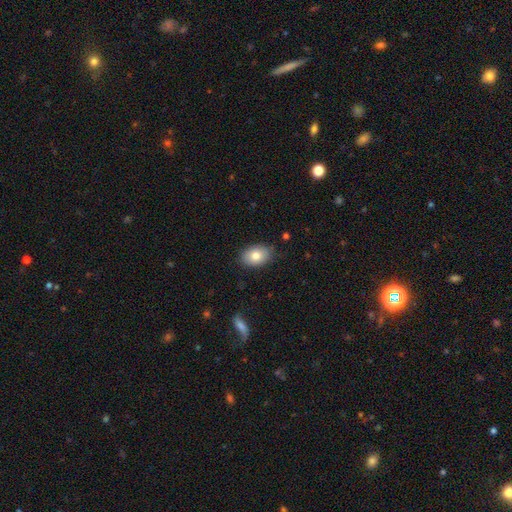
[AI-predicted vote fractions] smooth_or_featured: smooth (p=0.80) [alt: featured or disk p=0.13]
how_rounded: in between (p=0.85) [alt: round p=0.14]
merging: none (p=0.83) [alt: minor disturbance p=0.13]